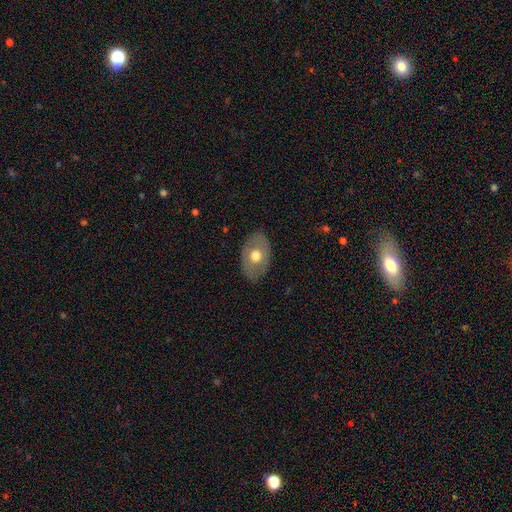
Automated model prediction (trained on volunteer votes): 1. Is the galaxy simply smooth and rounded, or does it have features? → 56% smooth, 38% featured or disk, 6% star or artifact.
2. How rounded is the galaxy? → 82% in between, 17% round, 1% cigar-shaped.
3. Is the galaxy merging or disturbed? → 82% none, 13% minor disturbance, 4% major disturbance, 1% merger.